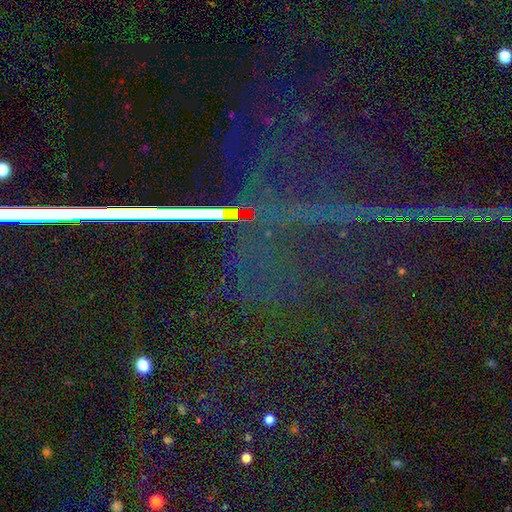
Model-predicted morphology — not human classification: This is clearly a star or artifact rather than a galaxy (83%).